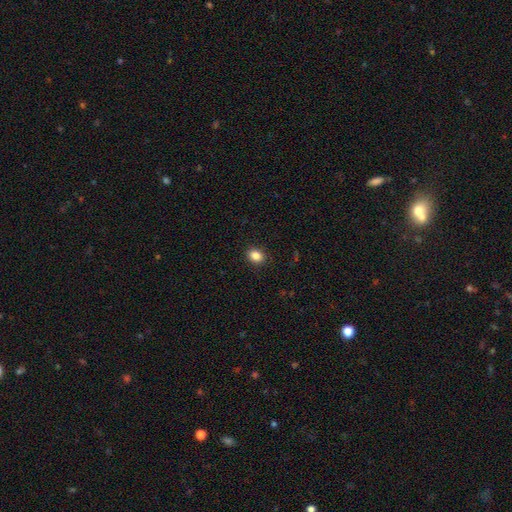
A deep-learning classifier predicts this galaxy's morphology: smooth_or_featured: smooth (p=0.86) [alt: star or artifact p=0.10]
how_rounded: in between (p=0.58) [alt: round p=0.41]
merging: none (p=0.90) [alt: minor disturbance p=0.07]